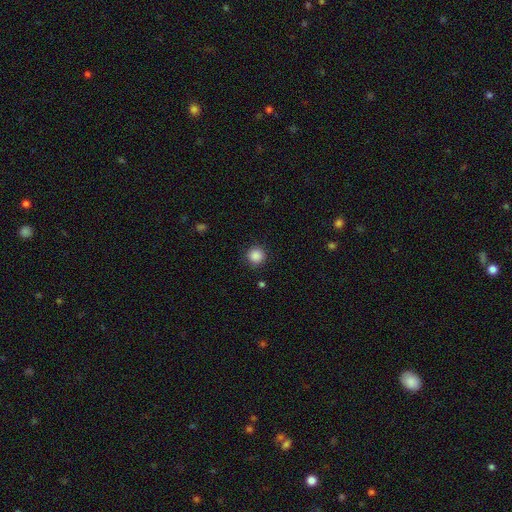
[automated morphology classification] This is clearly a smooth galaxy (87%). How rounded: clearly round (94%). Merging: clearly none (89%).